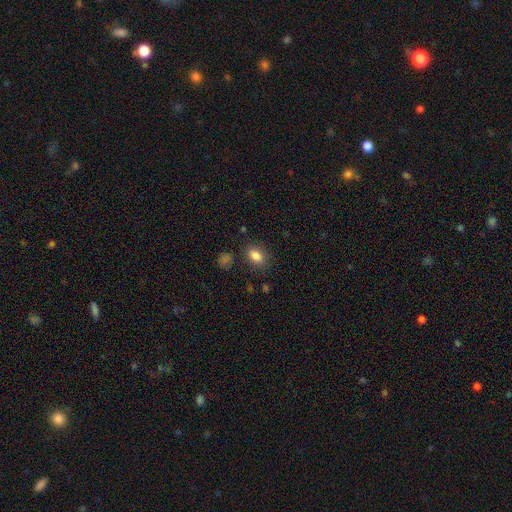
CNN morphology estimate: The model was most divided on "how rounded": in between: 82%, round: 16%, cigar-shaped: 2%. More confident: smooth or featured — smooth (85%); merging — none (82%).